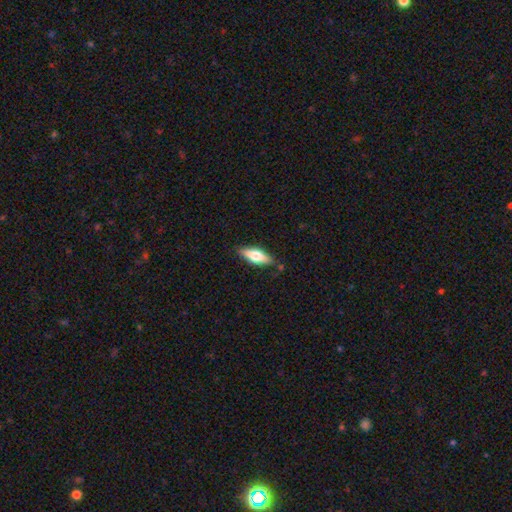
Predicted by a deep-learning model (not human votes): Smooth or featured: smooth — 58% (featured or disk — 36%)
How rounded: in between — 61% (cigar-shaped — 37%)
Merging: none — 82% (minor disturbance — 13%)